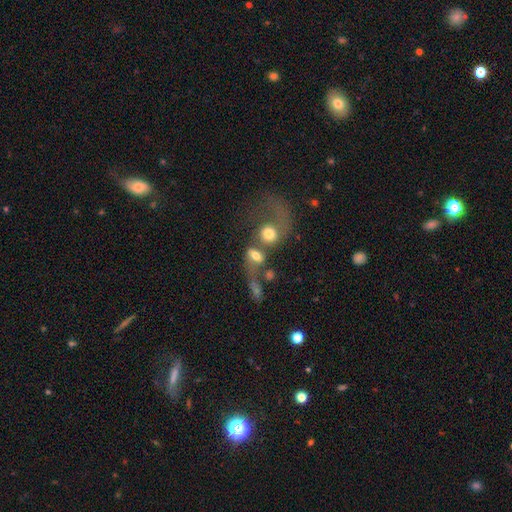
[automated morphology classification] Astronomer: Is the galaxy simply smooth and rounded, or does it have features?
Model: smooth — 56% (runner-up: featured or disk, 33%).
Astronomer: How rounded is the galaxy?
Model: in between — 56% (runner-up: round, 40%).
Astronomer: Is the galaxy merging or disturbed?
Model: merger — 59%.